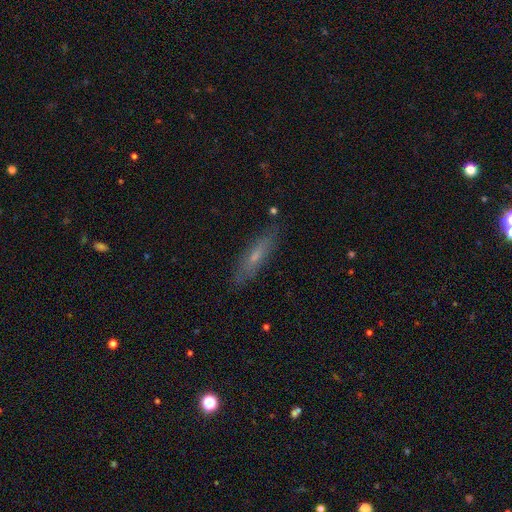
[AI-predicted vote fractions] A smooth galaxy with no disk features (52%) that is cigar-shaped (73%).

Vote fractions:
- Smooth or featured? smooth: 52% / featured or disk: 39% / star or artifact: 8%
- How rounded? cigar-shaped: 73% / in between: 25% / round: 2%
- Merging? none: 83% / minor disturbance: 12% / major disturbance: 3% / merger: 1%